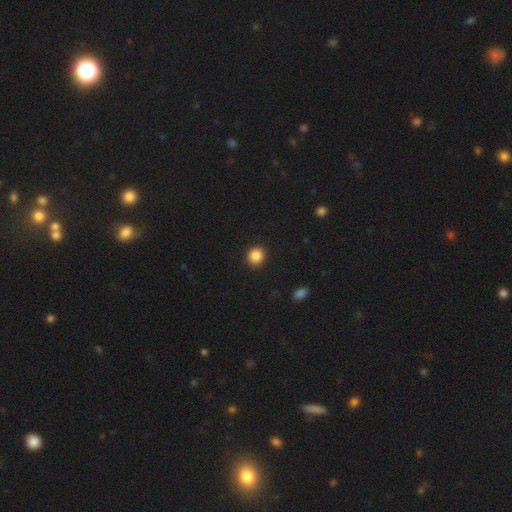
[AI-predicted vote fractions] smooth-or-featured: smooth: 87% | star or artifact: 10% | featured or disk: 3%
  how-rounded: round: 83% | in between: 16% | cigar-shaped: 1%
  merging: none: 91% | minor disturbance: 6% | major disturbance: 2% | merger: 1%